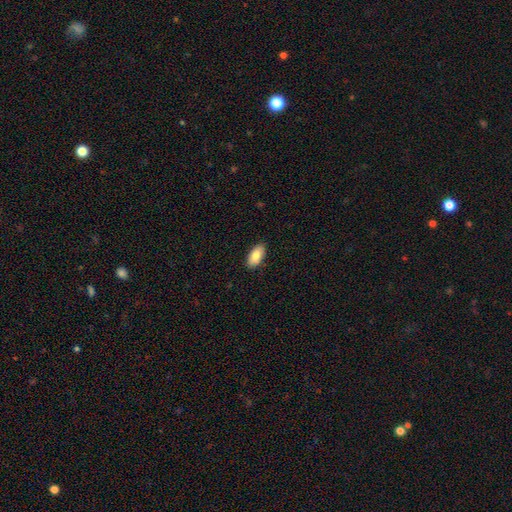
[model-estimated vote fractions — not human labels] A smooth galaxy with no disk features (83%) that is in between round and cigar-shaped (92%).

Vote fractions:
- Smooth or featured? smooth: 83% / featured or disk: 10% / star or artifact: 6%
- How rounded? in between: 92% / cigar-shaped: 6% / round: 2%
- Merging? none: 89% / minor disturbance: 9% / major disturbance: 2% / merger: 1%